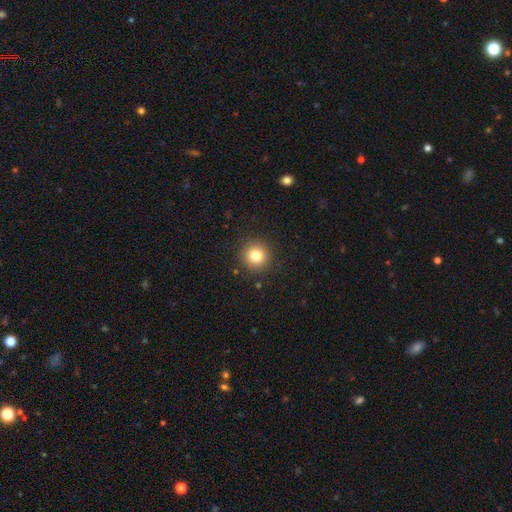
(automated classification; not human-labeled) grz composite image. It shows a smooth galaxy with no disk features (80%) that is round (95%). Merging: none (91%).